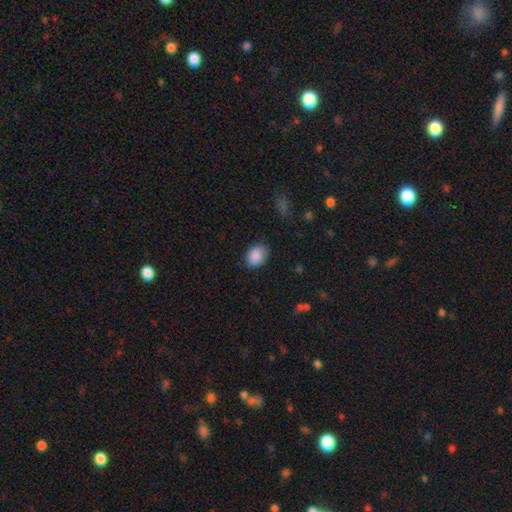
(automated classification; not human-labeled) This appears to be a smooth galaxy with no disk features (89%) that is in between round and cigar-shaped (66%). Merging: none (80%).